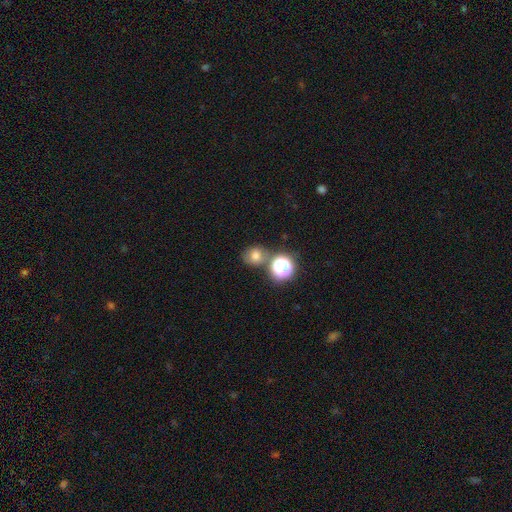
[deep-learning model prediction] Smooth or featured?
  - smooth: 70% *
  - star or artifact: 20%
  - featured or disk: 10%
How rounded?
  - round: 72% *
  - in between: 27%
  - cigar-shaped: 1%
Merging?
  - none: 66% *
  - merger: 16%
  - minor disturbance: 13%
  - major disturbance: 5%